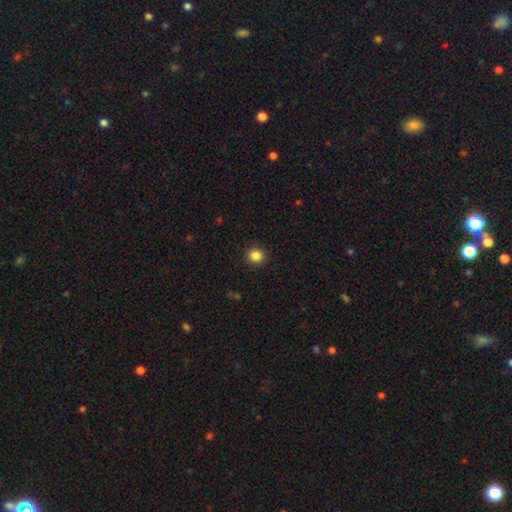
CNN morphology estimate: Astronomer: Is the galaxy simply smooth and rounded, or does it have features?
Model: smooth — 85%.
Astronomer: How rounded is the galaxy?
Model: round — 91%.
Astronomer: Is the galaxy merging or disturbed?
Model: none — 92%.